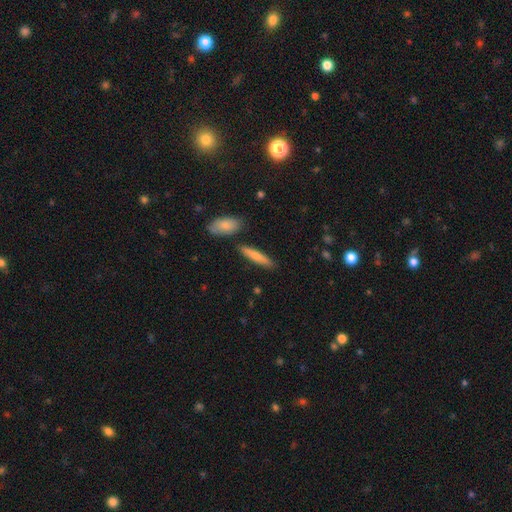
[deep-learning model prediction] Morphology: type=smooth (75%); roundness=cigar-shaped (84%); merging=none (85%).